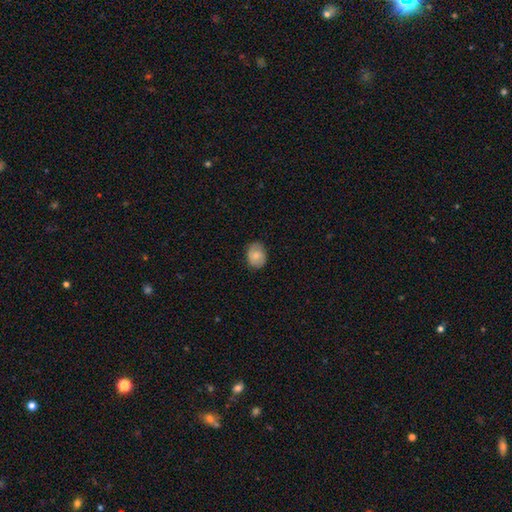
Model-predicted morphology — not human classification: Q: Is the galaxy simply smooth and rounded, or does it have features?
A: smooth — 74%.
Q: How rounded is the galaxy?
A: in between — 54%.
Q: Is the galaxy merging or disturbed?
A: none — 78%.